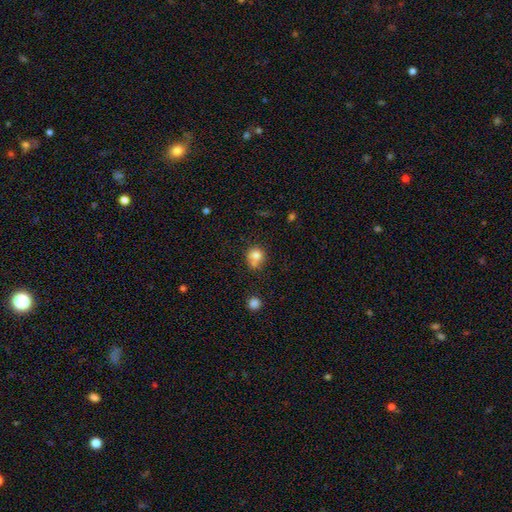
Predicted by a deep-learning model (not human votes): Smooth or featured? smooth (78%)
How rounded? round (79%)
Merging? none (49%)